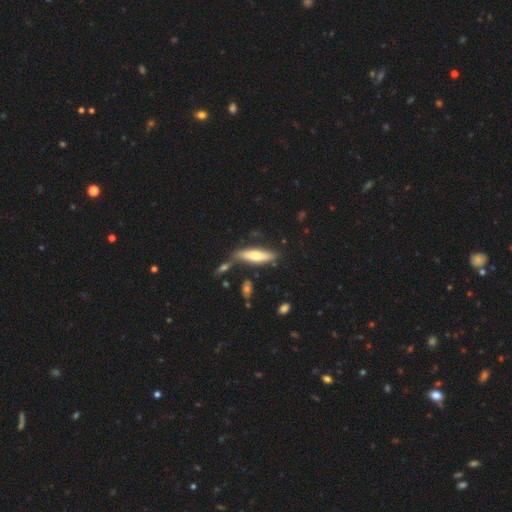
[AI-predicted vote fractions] Q: Smooth or featured?
A: smooth (64%); runner-up: featured or disk (30%)
Q: How rounded?
A: cigar-shaped (58%); runner-up: in between (40%)
Q: Merging?
A: none (65%); runner-up: minor disturbance (17%)